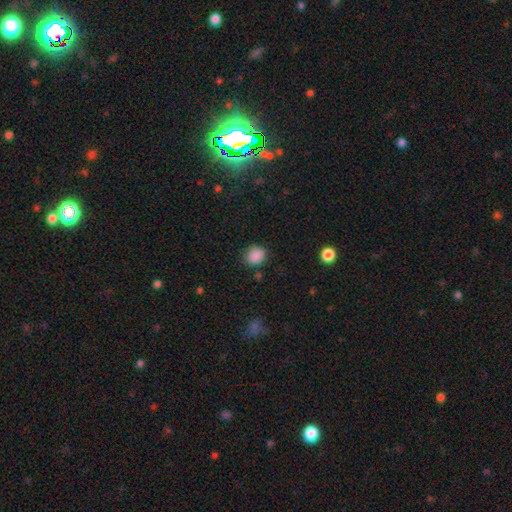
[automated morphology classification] smooth_or_featured: smooth (p=0.87) [alt: star or artifact p=0.10]
how_rounded: round (p=0.72) [alt: in between p=0.27]
merging: none (p=0.81) [alt: minor disturbance p=0.13]